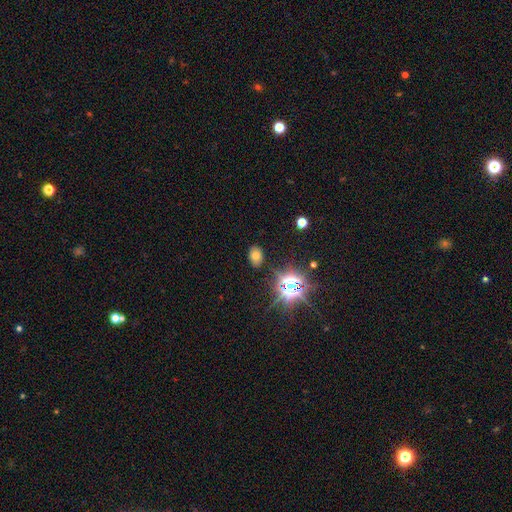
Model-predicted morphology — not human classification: A smooth galaxy with no disk features (63%) that is in between round and cigar-shaped (79%). Merging: none (85%).